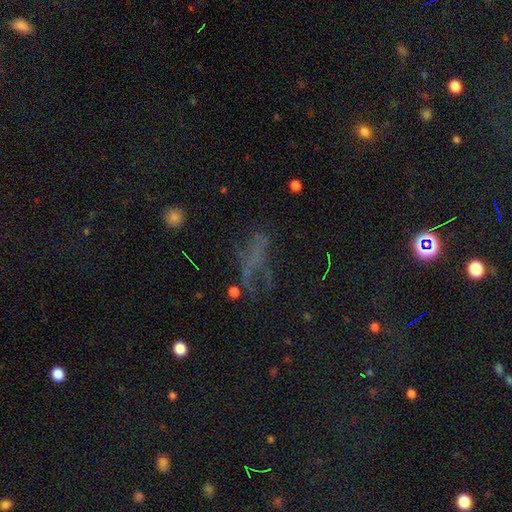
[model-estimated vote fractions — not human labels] Q: Smooth or featured?
A: star or artifact (38%); runner-up: smooth (31%)